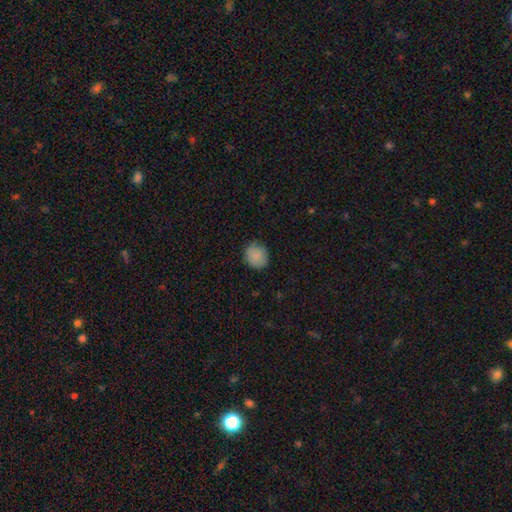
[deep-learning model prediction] A smooth galaxy with no disk features (88%) that is round (80%). Merging: none (83%).